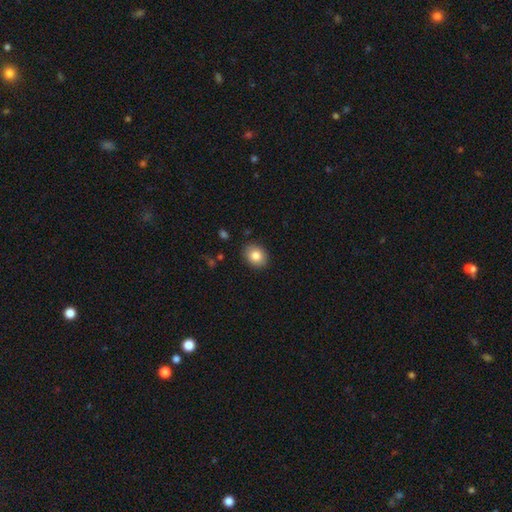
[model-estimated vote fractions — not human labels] Smooth or featured?
  - smooth: 83% *
  - star or artifact: 9%
  - featured or disk: 8%
How rounded?
  - round: 52% *
  - in between: 47%
  - cigar-shaped: 1%
Merging?
  - none: 89% *
  - minor disturbance: 8%
  - major disturbance: 2%
  - merger: 1%